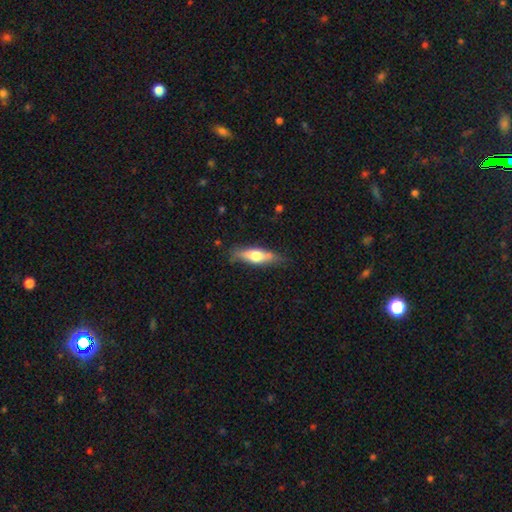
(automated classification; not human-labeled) This appears to be a smooth galaxy with no disk features (54%) that is cigar-shaped (54%). Merging: none (73%).